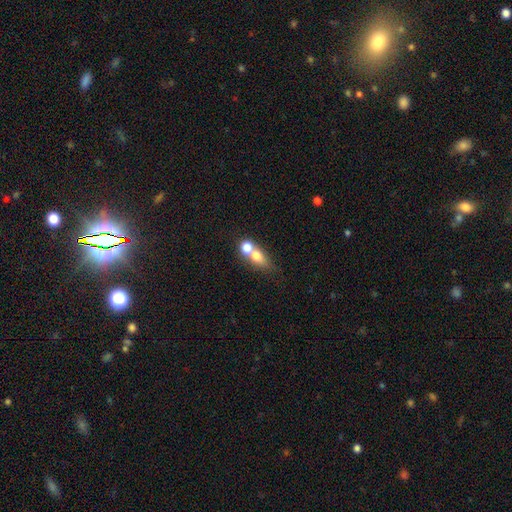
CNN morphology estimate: Q: Smooth or featured?
A: smooth (68%); runner-up: featured or disk (20%)
Q: How rounded?
A: in between (48%); runner-up: round (46%)
Q: Merging?
A: merger (62%); runner-up: none (27%)